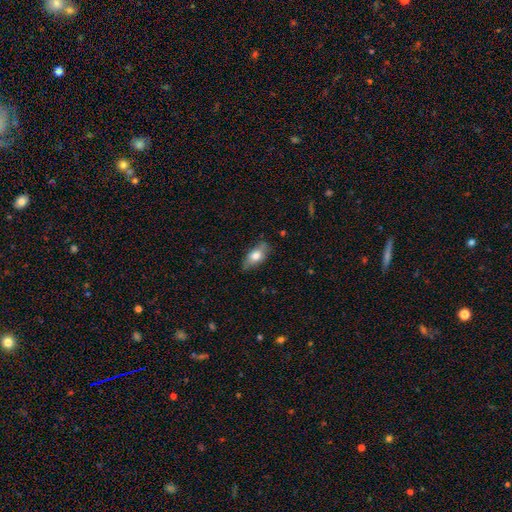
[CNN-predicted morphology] This is likely a smooth galaxy (69%). How rounded: clearly in between (84%). Merging: likely none (77%).